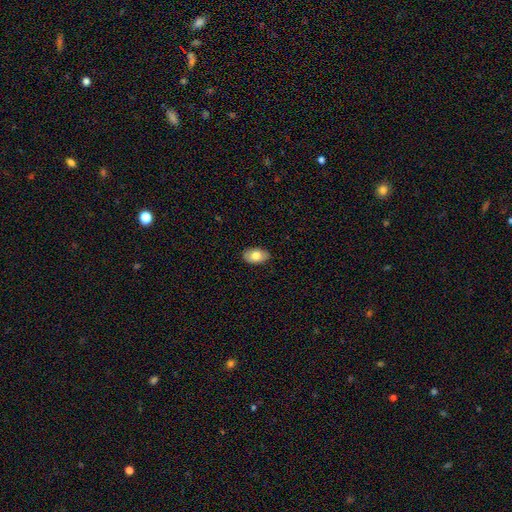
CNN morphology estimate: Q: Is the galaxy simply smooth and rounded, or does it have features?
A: smooth — 80%.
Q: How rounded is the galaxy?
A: in between — 92%.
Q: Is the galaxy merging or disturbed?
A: none — 87%.